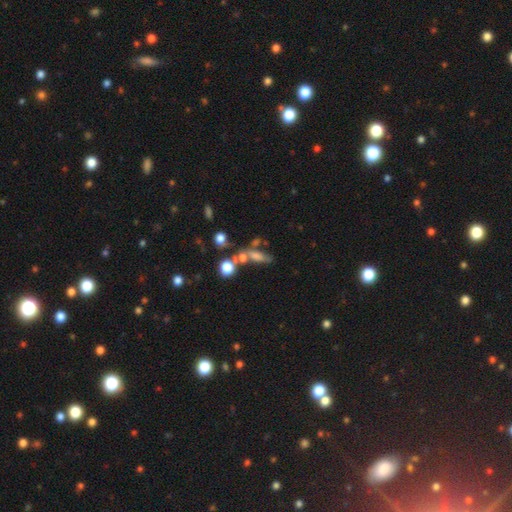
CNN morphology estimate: type=smooth (51%); roundness=cigar-shaped (43%); merging=none (43%).